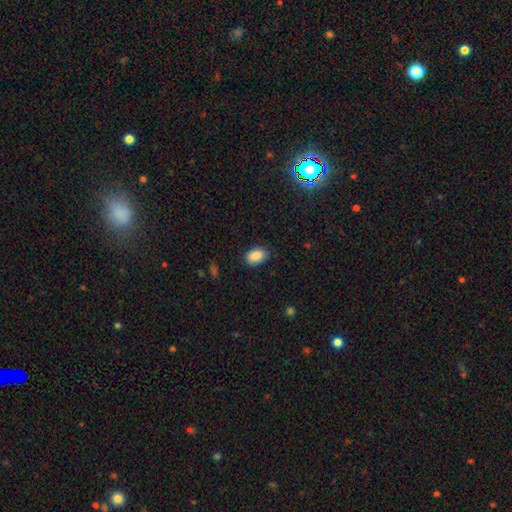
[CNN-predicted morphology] This is clearly a smooth galaxy (89%). How rounded: clearly in between (88%). Merging: clearly none (81%).